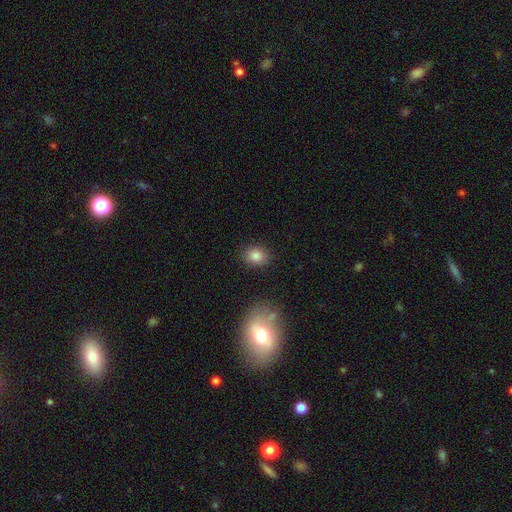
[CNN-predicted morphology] A smooth galaxy with no disk features (83%) that is round (54%).

Vote fractions:
- Smooth or featured? smooth: 83% / star or artifact: 11% / featured or disk: 6%
- How rounded? round: 54% / in between: 45% / cigar-shaped: 1%
- Merging? none: 87% / minor disturbance: 9% / major disturbance: 3% / merger: 2%